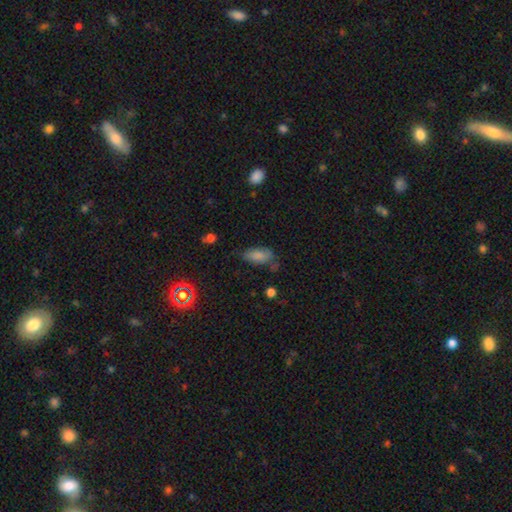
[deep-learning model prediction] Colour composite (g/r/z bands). It shows a smooth galaxy with no disk features (71%) that is in between round and cigar-shaped (86%). Merging: none (59%).